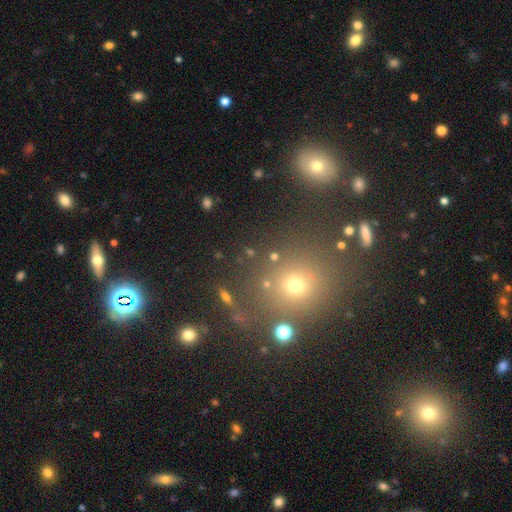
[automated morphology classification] Smooth or featured? smooth (54%)
How rounded? round (82%)
Merging? none (77%)